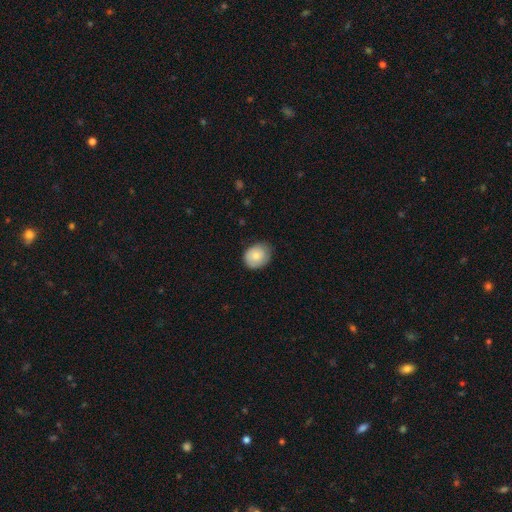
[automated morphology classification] smooth-or-featured: smooth: 81% | featured or disk: 12% | star or artifact: 7%
  how-rounded: round: 50% (tied) | in between: 50% (tied) | cigar-shaped: 1%
  merging: none: 73% | minor disturbance: 22% | major disturbance: 4% | merger: 1%